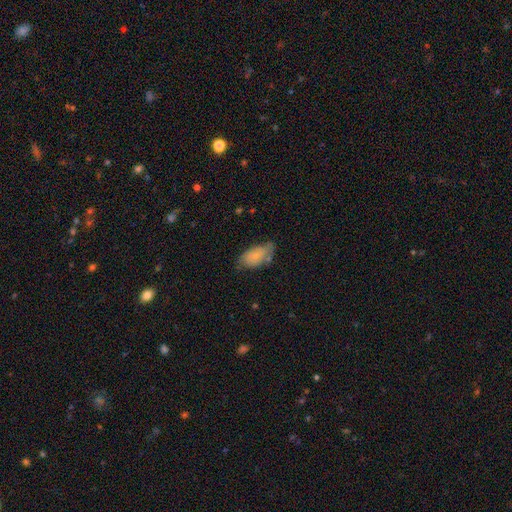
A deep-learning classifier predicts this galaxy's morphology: smooth 69%, featured or disk 23%, star or artifact 7%. Down the decision tree: how rounded — in between (92%); merging — none (52%).